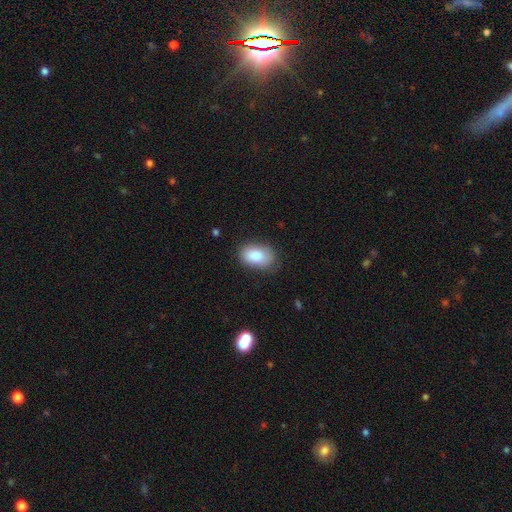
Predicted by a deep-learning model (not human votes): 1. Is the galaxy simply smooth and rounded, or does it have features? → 85% smooth, 8% featured or disk, 7% star or artifact.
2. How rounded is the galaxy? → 87% in between, 11% round, 1% cigar-shaped.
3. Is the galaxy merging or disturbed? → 78% none, 17% minor disturbance, 4% major disturbance, 1% merger.